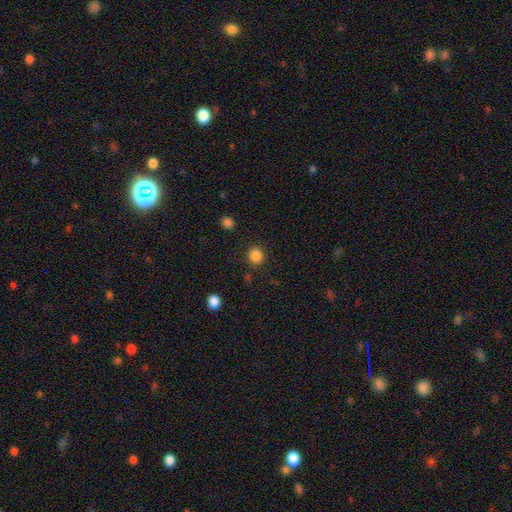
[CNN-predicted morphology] A smooth galaxy with no disk features (86%) that is round (86%). Merging: none (88%).